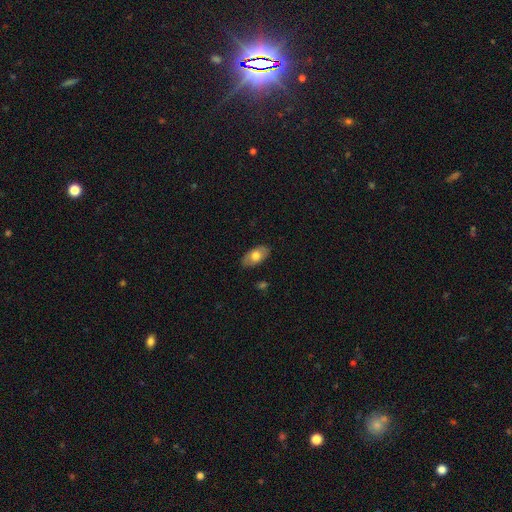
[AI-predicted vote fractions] Overall: smooth (69%). How rounded: in between (94%). Merging: none (85%).